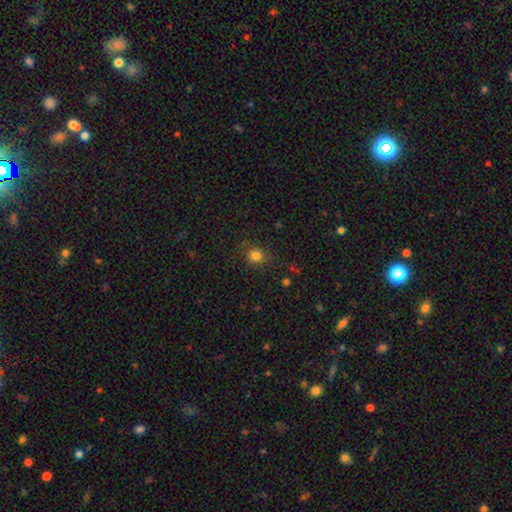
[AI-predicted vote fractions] Smooth or featured: smooth — 81% (star or artifact — 13%)
How rounded: round — 85% (in between — 14%)
Merging: none — 84% (minor disturbance — 11%)